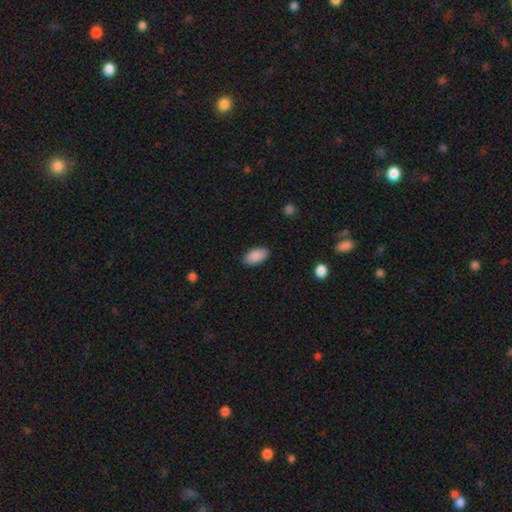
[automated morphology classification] type=smooth (90%); roundness=in between (95%); merging=none (87%).